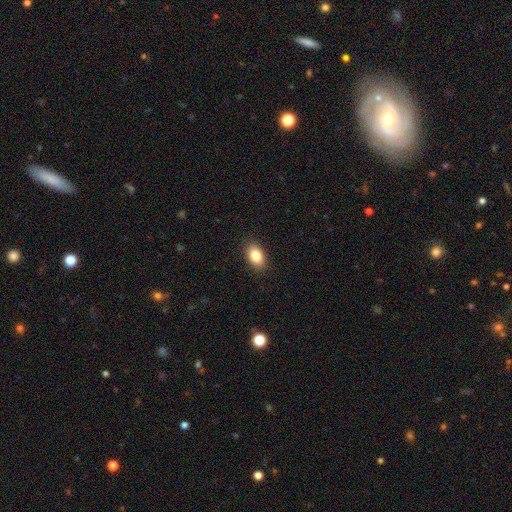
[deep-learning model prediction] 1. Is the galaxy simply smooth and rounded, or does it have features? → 84% smooth, 8% star or artifact, 8% featured or disk.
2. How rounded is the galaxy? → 88% in between, 11% round, 2% cigar-shaped.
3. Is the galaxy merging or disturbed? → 89% none, 8% minor disturbance, 2% major disturbance, 1% merger.